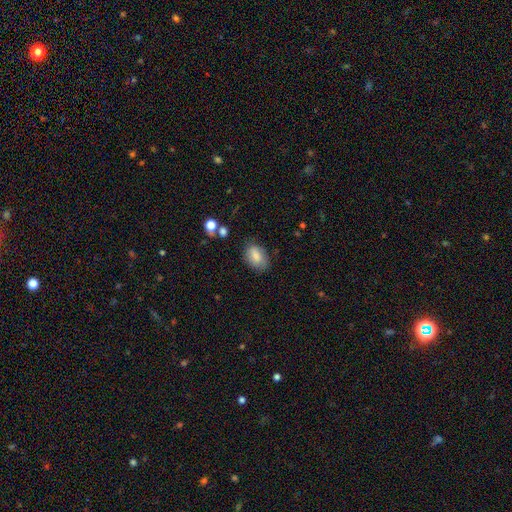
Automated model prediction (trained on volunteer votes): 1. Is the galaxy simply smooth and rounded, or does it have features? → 81% smooth, 11% featured or disk, 8% star or artifact.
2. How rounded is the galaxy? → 87% in between, 11% round, 2% cigar-shaped.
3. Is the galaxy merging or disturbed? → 74% none, 19% minor disturbance, 5% major disturbance, 2% merger.